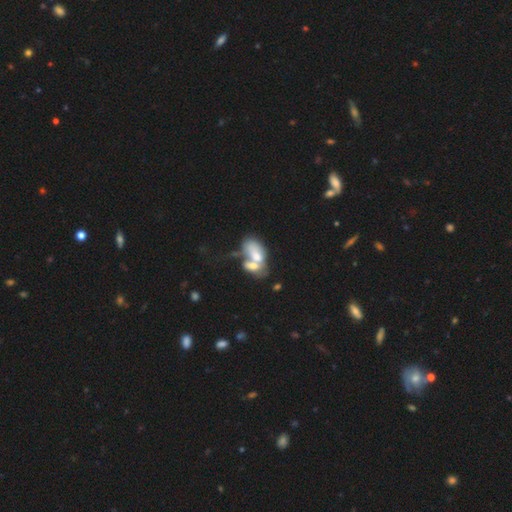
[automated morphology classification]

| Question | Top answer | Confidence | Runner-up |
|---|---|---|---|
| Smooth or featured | smooth | 57% | featured or disk (35%) |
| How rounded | in between | 89% | round (7%) |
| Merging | merger | 70% | none (12%) |